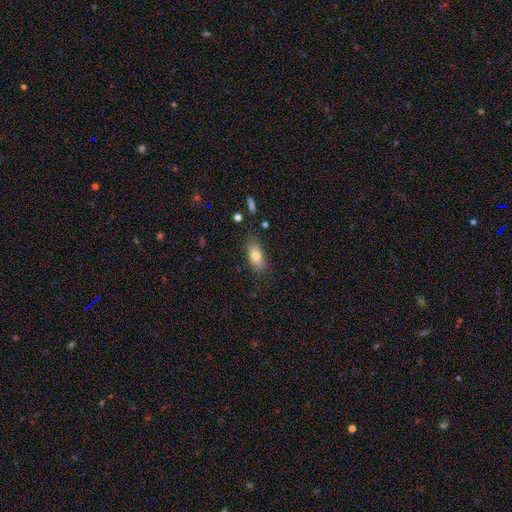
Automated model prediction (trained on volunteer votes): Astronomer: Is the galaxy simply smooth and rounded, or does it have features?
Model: smooth — 79%.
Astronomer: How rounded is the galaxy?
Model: in between — 86%.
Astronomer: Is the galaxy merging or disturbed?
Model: none — 79%.